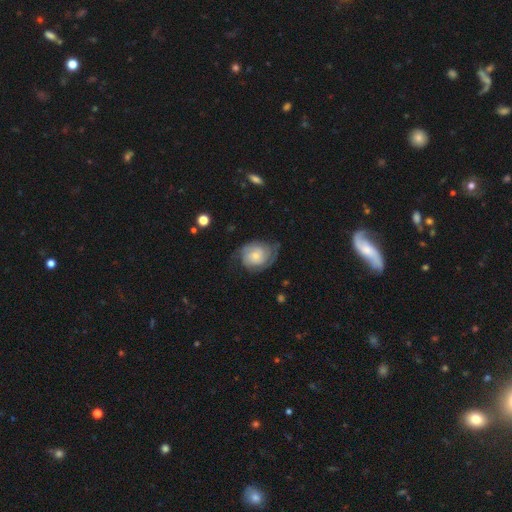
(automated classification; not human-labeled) Q: Smooth or featured?
A: featured or disk (68%); runner-up: smooth (25%)
Q: Edge-on disk?
A: no (97%); runner-up: yes (3%)
Q: Bar?
A: no (76%); runner-up: weak (20%)
Q: Spiral arms?
A: yes (90%); runner-up: no (10%)
Q: Spiral winding?
A: tight (51%); runner-up: medium (33%)
Q: Spiral arm count?
A: 2 (59%); runner-up: can't tell (22%)
Q: Bulge size?
A: small (61%); runner-up: moderate (31%)
Q: Merging?
A: none (58%); runner-up: minor disturbance (25%)